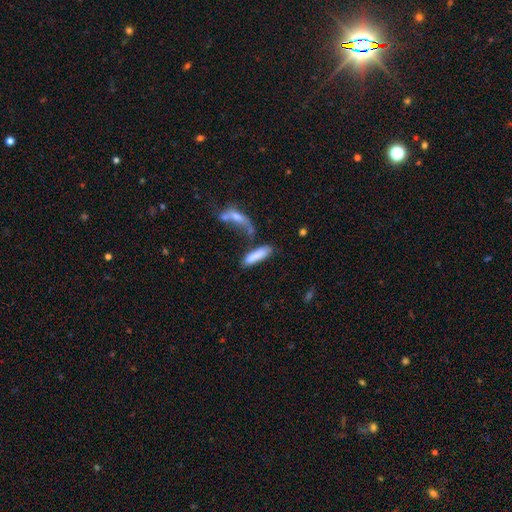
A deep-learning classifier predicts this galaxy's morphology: Smooth or featured: smooth — 78% (featured or disk — 14%)
How rounded: cigar-shaped — 68% (in between — 30%)
Merging: none — 43% (merger — 32%)